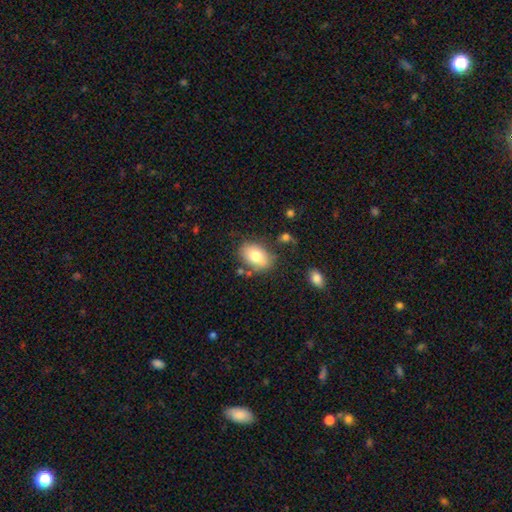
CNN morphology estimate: The model was most divided on "merging": none: 74%, minor disturbance: 17%, merger: 5%, major disturbance: 4%. More confident: how rounded — in between (81%); smooth or featured — smooth (76%).